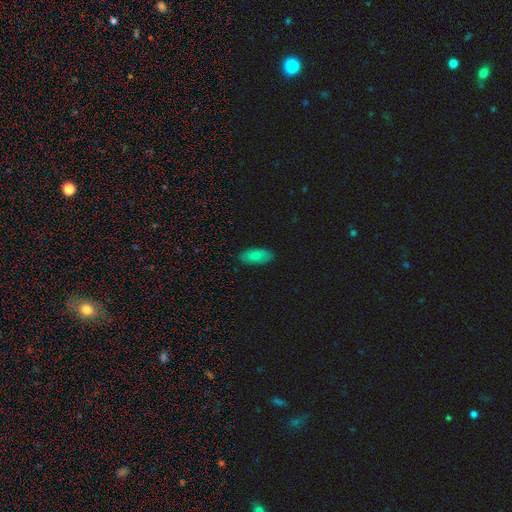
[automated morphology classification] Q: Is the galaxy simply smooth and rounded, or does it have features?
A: smooth — 79%.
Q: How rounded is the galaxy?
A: in between — 91%.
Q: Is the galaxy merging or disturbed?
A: none — 87%.